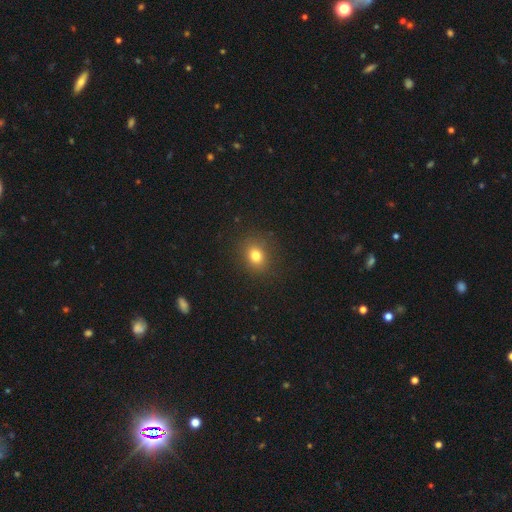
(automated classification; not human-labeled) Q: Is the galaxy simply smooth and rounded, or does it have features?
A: smooth — 79%.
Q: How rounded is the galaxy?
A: round — 65%.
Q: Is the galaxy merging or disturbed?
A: none — 87%.